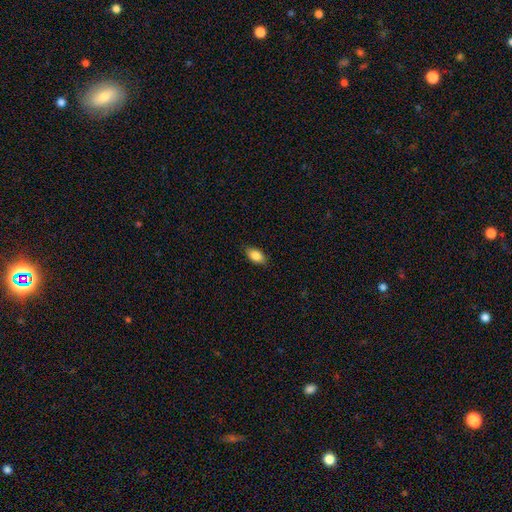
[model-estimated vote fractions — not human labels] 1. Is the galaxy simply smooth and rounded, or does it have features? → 87% smooth, 7% star or artifact, 6% featured or disk.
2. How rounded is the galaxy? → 91% in between, 5% round, 4% cigar-shaped.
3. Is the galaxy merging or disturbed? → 85% none, 12% minor disturbance, 2% major disturbance, 1% merger.